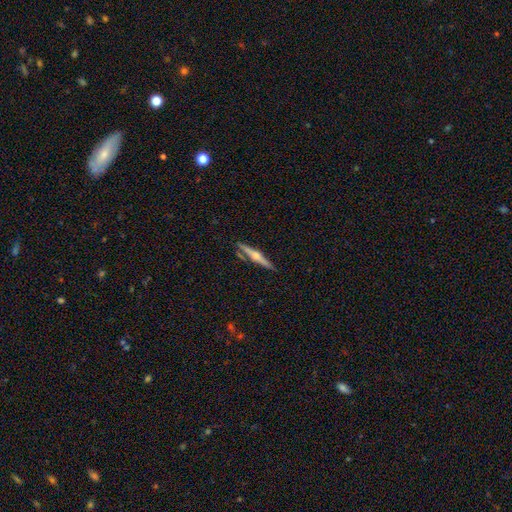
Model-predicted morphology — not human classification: Q: Smooth or featured?
A: featured or disk (68%); runner-up: smooth (25%)
Q: Edge-on disk?
A: yes (98%); runner-up: no (2%)
Q: Edge-on bulge?
A: rounded (90%); runner-up: none (5%)
Q: Merging?
A: none (85%); runner-up: minor disturbance (9%)